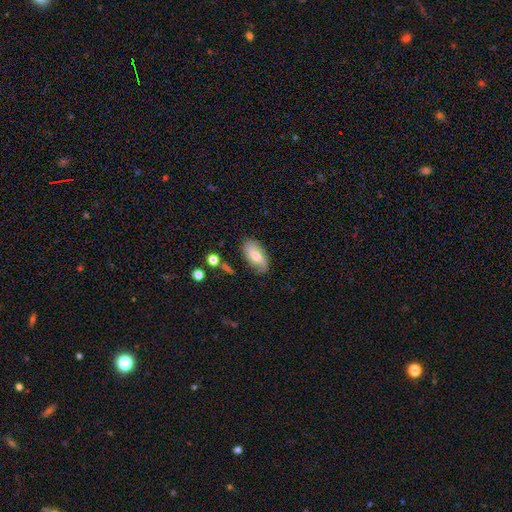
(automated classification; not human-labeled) Morphology: type=smooth (50%); merging=none (73%).